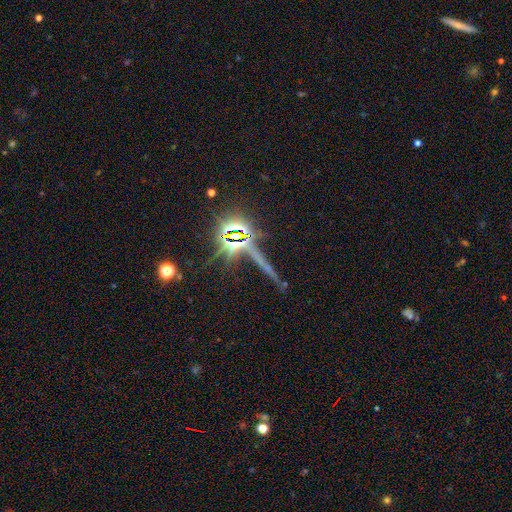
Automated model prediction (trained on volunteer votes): A star or artifact, not a galaxy (76%).

Vote fractions:
- Smooth or featured? star or artifact: 76% / featured or disk: 14% / smooth: 11%